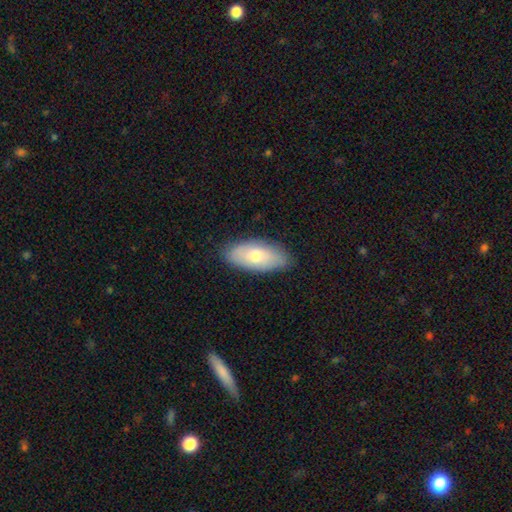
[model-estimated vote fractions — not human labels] Smooth or featured: smooth — 68% (featured or disk — 26%)
How rounded: in between — 89% (cigar-shaped — 8%)
Merging: none — 83% (minor disturbance — 13%)